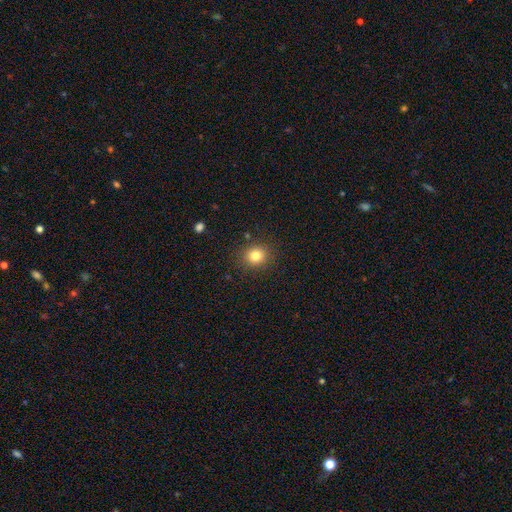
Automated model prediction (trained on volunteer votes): Q: Smooth or featured?
A: smooth (82%); runner-up: star or artifact (12%)
Q: How rounded?
A: round (79%); runner-up: in between (20%)
Q: Merging?
A: none (88%); runner-up: minor disturbance (8%)